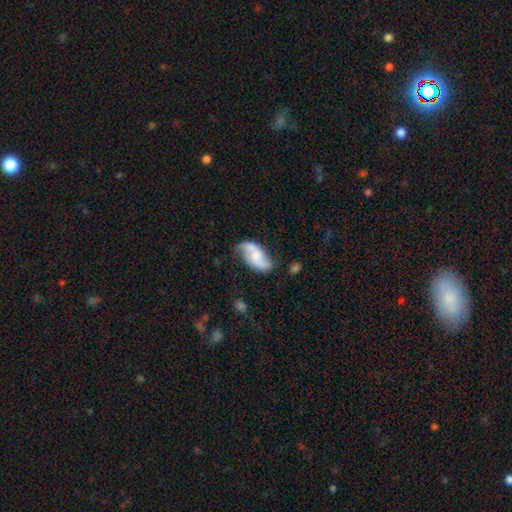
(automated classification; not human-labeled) The model was most divided on "bulge size": moderate: 41%, small: 37%, none: 13%, large: 7%, dominant: 2%. More confident: edge-on disk — no (96%); spiral arms — yes (91%); spiral arm count — 2 (90%); smooth or featured — featured or disk (68%); spiral winding — loose (66%); merging — none (60%); bar — no (51%).